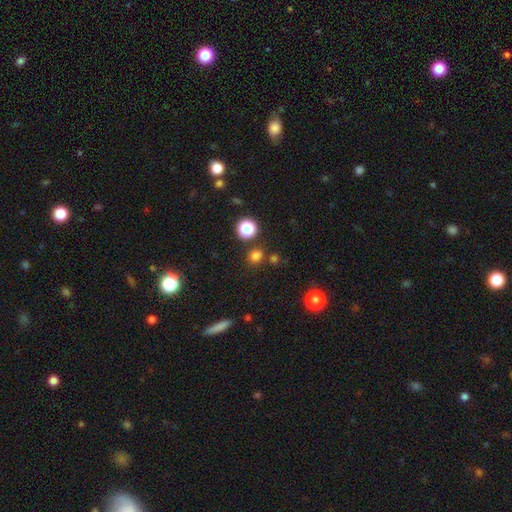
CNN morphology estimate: Smooth or featured? Predicted: smooth (p=0.74). How rounded? Predicted: round (p=0.72). Merging? Predicted: none (p=0.78).